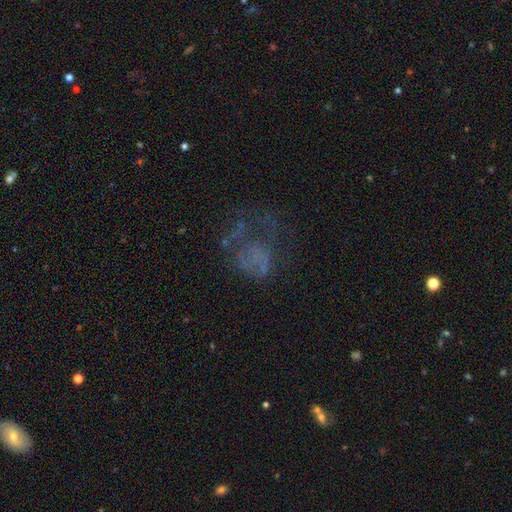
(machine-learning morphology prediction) Smooth or featured? featured or disk (46%)
Merging? major disturbance (45%)